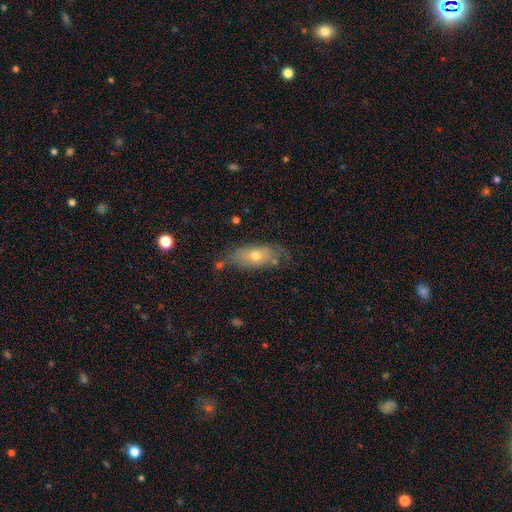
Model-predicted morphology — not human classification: Smooth or featured: smooth — 58% (featured or disk — 34%)
How rounded: in between — 75% (cigar-shaped — 20%)
Merging: none — 61% (minor disturbance — 25%)